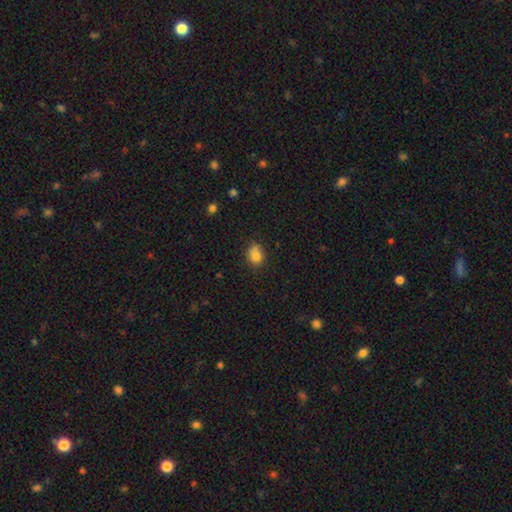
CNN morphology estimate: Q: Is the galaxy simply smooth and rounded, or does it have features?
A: smooth — 81%.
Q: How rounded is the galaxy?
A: in between — 57%.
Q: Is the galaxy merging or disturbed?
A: none — 58%.